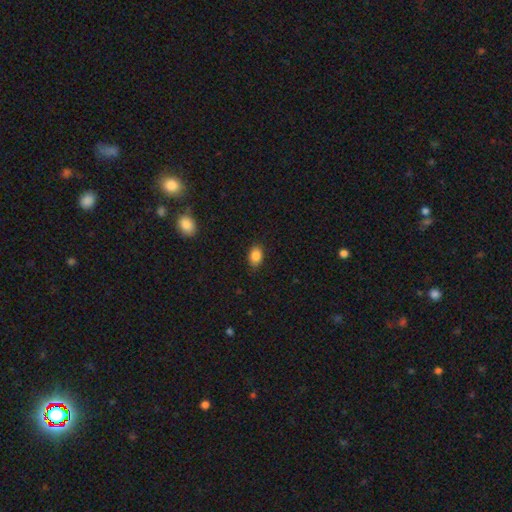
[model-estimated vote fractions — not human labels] This is clearly a smooth galaxy (86%). How rounded: clearly in between (82%). Merging: clearly none (84%).